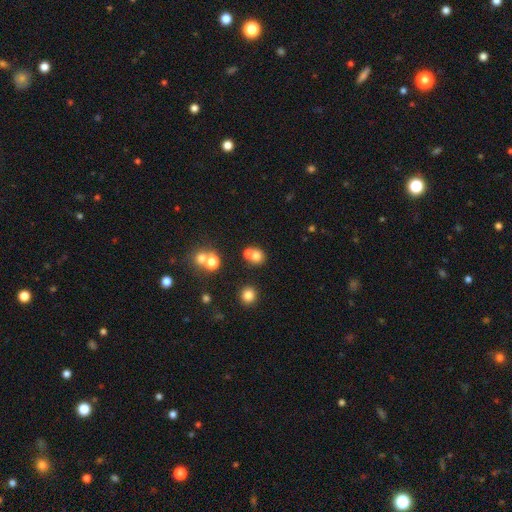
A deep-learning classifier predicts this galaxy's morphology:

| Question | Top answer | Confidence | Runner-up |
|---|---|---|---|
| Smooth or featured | smooth | 70% | star or artifact (16%) |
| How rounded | round | 81% | in between (18%) |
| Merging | none | 49% | merger (39%) |